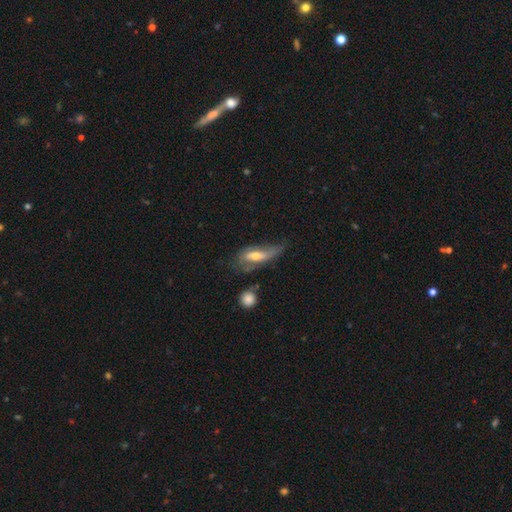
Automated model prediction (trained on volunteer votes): Smooth or featured: featured or disk — 52% (smooth — 40%)
Edge-on disk: no — 72% (yes — 28%)
Merging: none — 33% (minor disturbance — 32%)